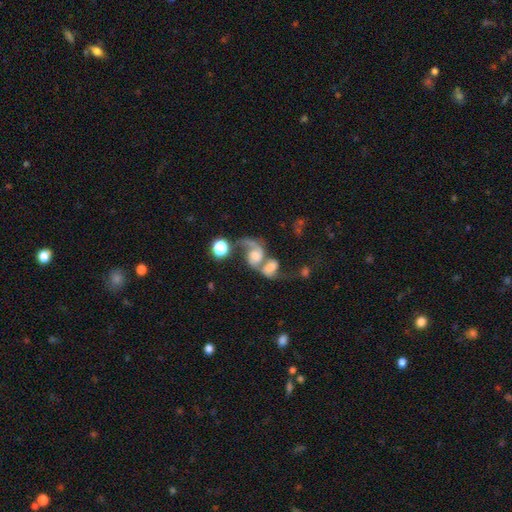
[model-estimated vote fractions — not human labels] A featured or disk galaxy (69%) with no bar (66%), 2 (56%) loose (62%) spiral arms (88%) and a moderate central bulge (38%).

Vote fractions:
- Smooth or featured? featured or disk: 69% / smooth: 22% / star or artifact: 9%
- Edge-on disk? no: 97% / yes: 3%
- Bar? no: 66% / weak: 27% / strong: 7%
- Spiral arms? yes: 88% / no: 12%
- Spiral winding? loose: 62% / medium: 29% / tight: 9%
- Spiral arm count? 2: 56% / 1: 36% / can't tell: 5% / 3: 1% / more than 4: 1% / 4: 1%
- Bulge size? moderate: 38% / large: 22% / small: 22% / none: 12% / dominant: 5%
- Merging? merger: 71% / major disturbance: 13% / none: 11% / minor disturbance: 5%